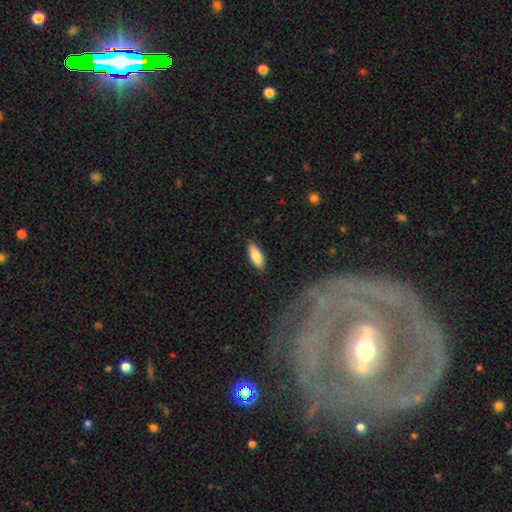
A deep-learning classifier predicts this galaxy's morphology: The model was most divided on "how rounded": in between: 72%, cigar-shaped: 26%, round: 2%. More confident: merging — none (86%); smooth or featured — smooth (81%).